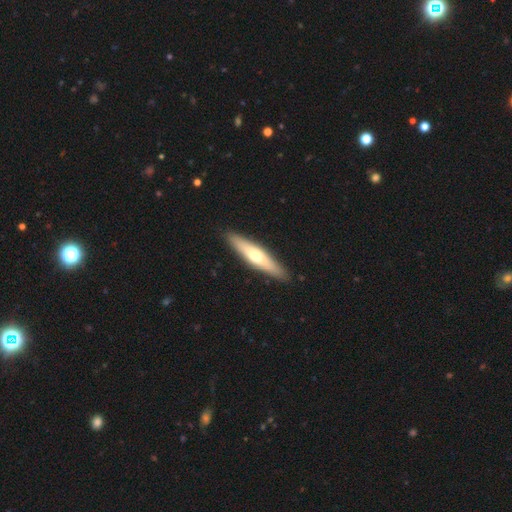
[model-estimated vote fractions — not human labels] Morphology: type=smooth (51%); roundness=cigar-shaped (82%); merging=none (90%).